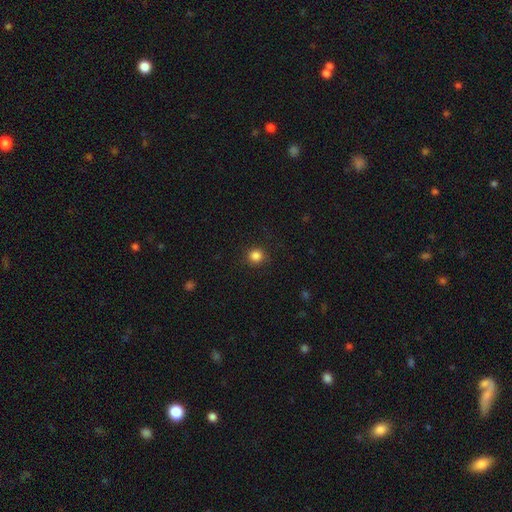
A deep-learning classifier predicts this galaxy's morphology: Q: Smooth or featured?
A: smooth (85%); runner-up: star or artifact (12%)
Q: How rounded?
A: round (93%); runner-up: in between (6%)
Q: Merging?
A: none (90%); runner-up: minor disturbance (7%)